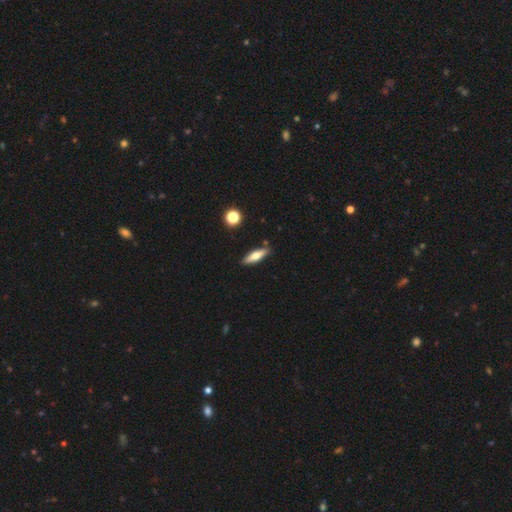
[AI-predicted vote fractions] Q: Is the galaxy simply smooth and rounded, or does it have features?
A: smooth — 58%.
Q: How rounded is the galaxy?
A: cigar-shaped — 64%.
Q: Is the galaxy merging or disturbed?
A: none — 86%.